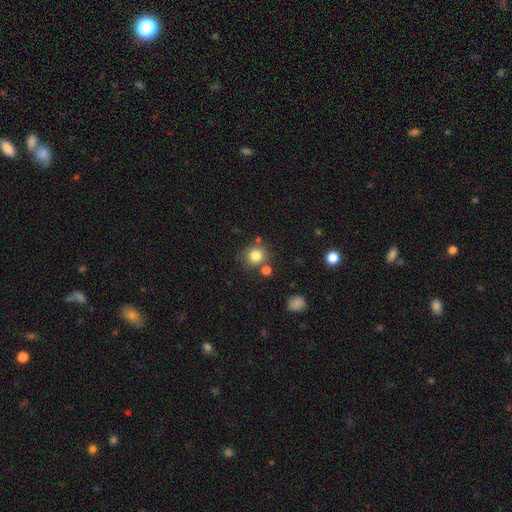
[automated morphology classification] Smooth or featured: smooth — 82% (star or artifact — 12%)
How rounded: round — 86% (in between — 13%)
Merging: none — 75% (minor disturbance — 11%)